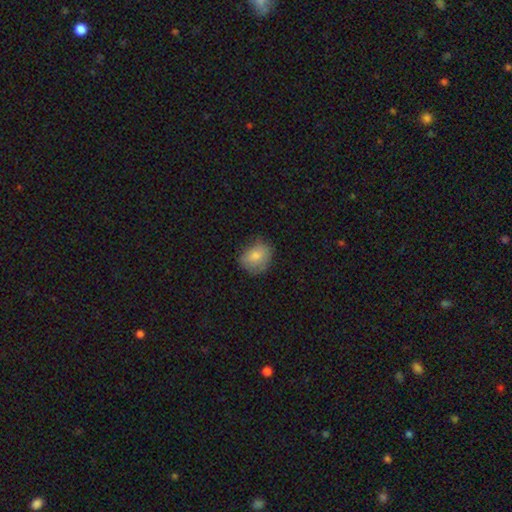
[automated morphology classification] Q: Smooth or featured?
A: smooth (77%); runner-up: featured or disk (13%)
Q: How rounded?
A: round (62%); runner-up: in between (37%)
Q: Merging?
A: none (65%); runner-up: minor disturbance (27%)